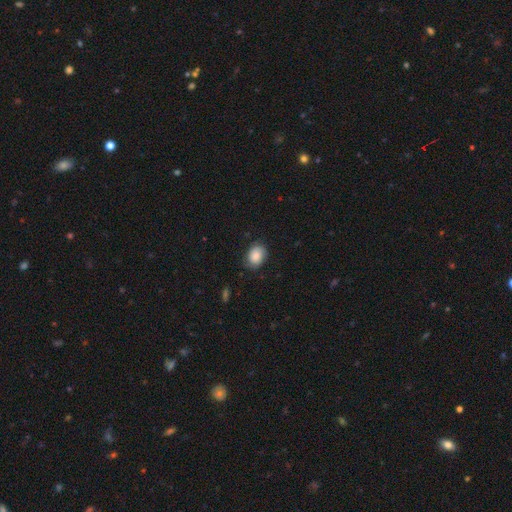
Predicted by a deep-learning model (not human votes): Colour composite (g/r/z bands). It shows a smooth galaxy with no disk features (79%) that is in between round and cigar-shaped (65%). Merging: none (74%).